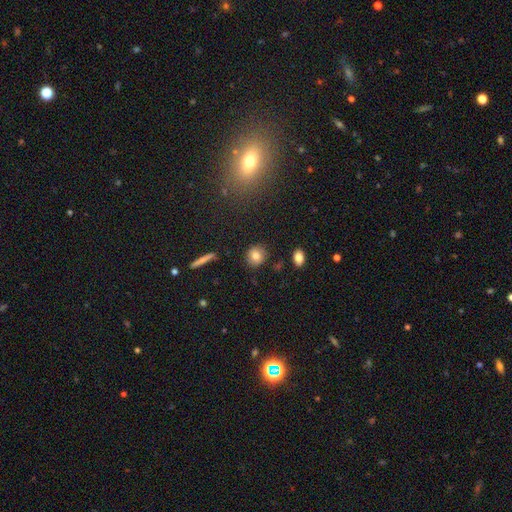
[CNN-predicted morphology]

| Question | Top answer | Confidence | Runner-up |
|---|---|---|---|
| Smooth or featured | smooth | 80% | featured or disk (10%) |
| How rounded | round | 82% | in between (16%) |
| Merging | none | 87% | minor disturbance (8%) |